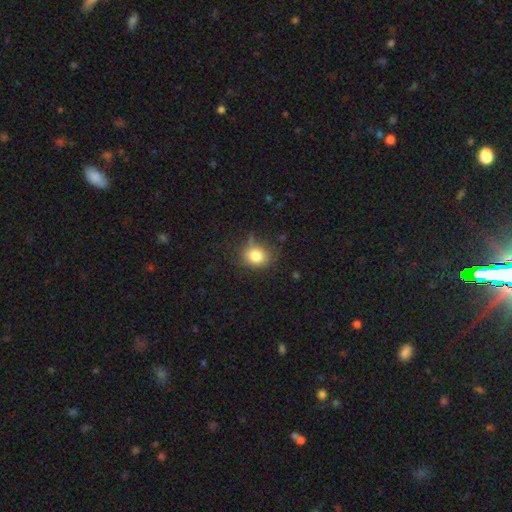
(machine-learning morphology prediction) Smooth or featured? Predicted: smooth (p=0.81). How rounded? Predicted: round (p=0.67). Merging? Predicted: none (p=0.69).